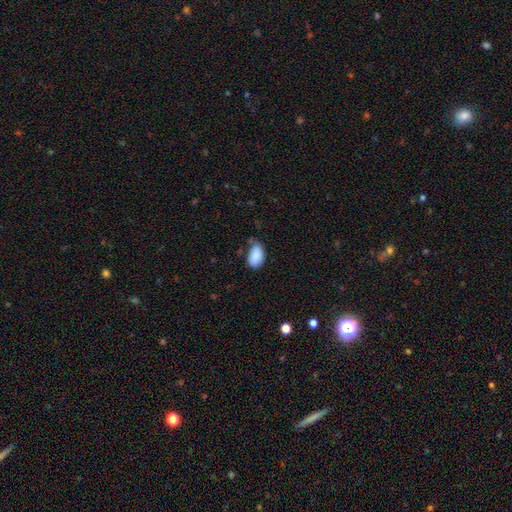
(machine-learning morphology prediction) The model was most divided on "merging": none: 57%, minor disturbance: 32%, major disturbance: 6%, merger: 4%. More confident: how rounded — in between (93%); smooth or featured — smooth (88%).